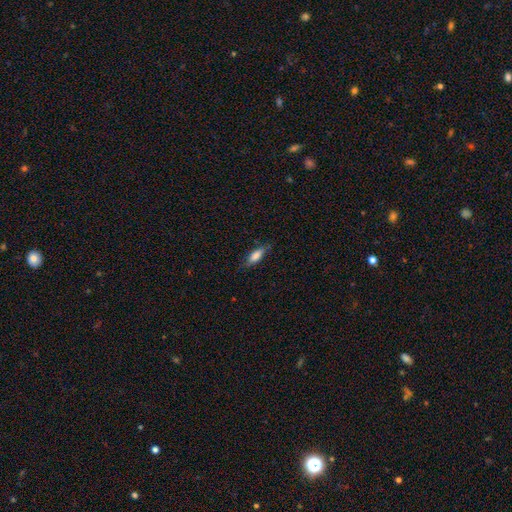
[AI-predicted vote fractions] Q: Smooth or featured?
A: smooth (79%); runner-up: featured or disk (14%)
Q: How rounded?
A: in between (65%); runner-up: cigar-shaped (33%)
Q: Merging?
A: none (75%); runner-up: minor disturbance (20%)